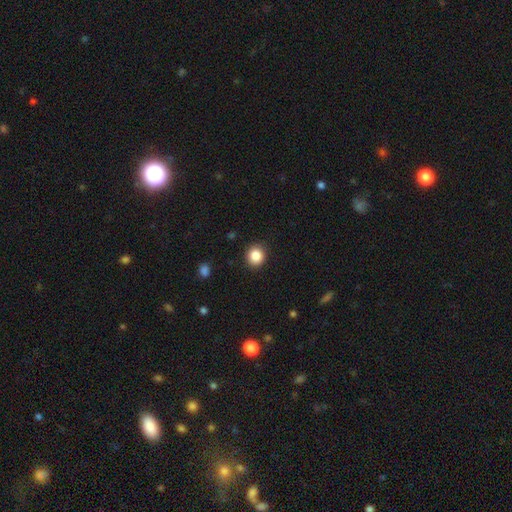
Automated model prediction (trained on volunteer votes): smooth 86%, star or artifact 10%, featured or disk 4%. Down the decision tree: how rounded — round (86%); merging — none (90%).